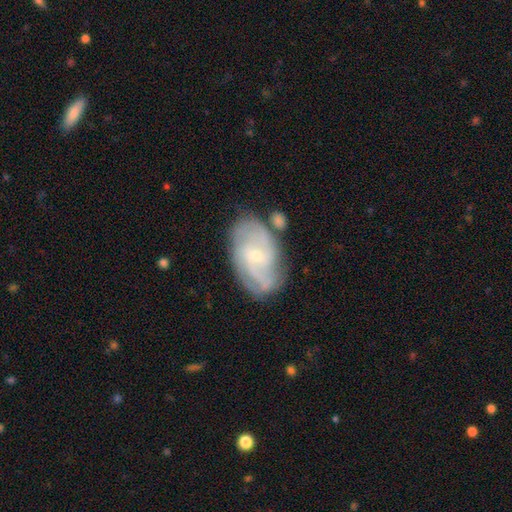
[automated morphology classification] A featured or disk galaxy (80%) with no bar (51%), 2 (34%) tight (43%) spiral arms (93%) and a small central bulge (75%). Merging: none (67%).